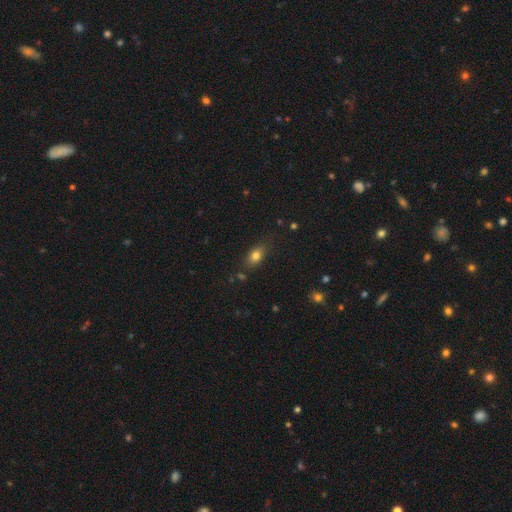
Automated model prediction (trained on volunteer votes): Smooth or featured?
  - smooth: 78% *
  - star or artifact: 12%
  - featured or disk: 11%
How rounded?
  - in between: 75% *
  - round: 20%
  - cigar-shaped: 5%
Merging?
  - none: 76% *
  - minor disturbance: 17%
  - major disturbance: 4%
  - merger: 3%